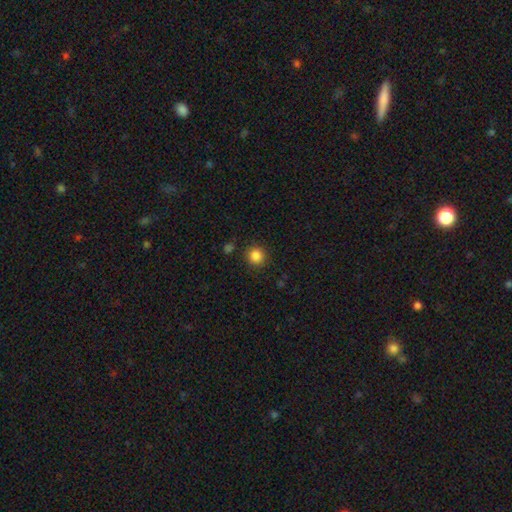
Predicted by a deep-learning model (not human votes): A smooth galaxy with no disk features (85%) that is round (93%). Merging: none (88%).